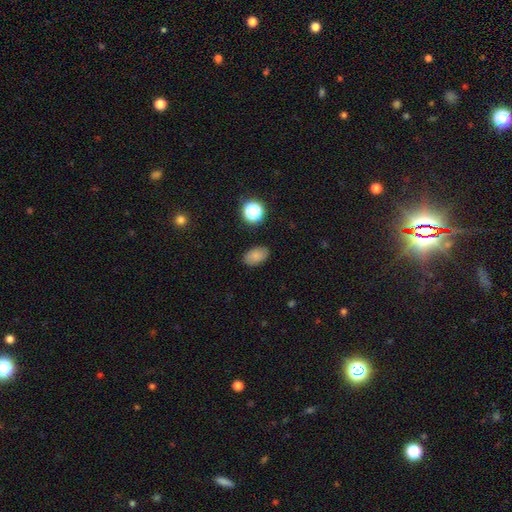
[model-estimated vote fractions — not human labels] Smooth or featured: smooth — 81% (star or artifact — 12%)
How rounded: in between — 87% (round — 12%)
Merging: none — 85% (minor disturbance — 11%)